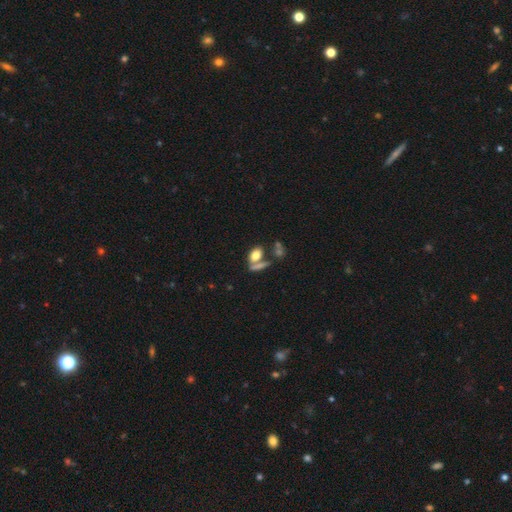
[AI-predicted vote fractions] Morphology: type=smooth (74%); roundness=in between (82%); merging=none (51%).